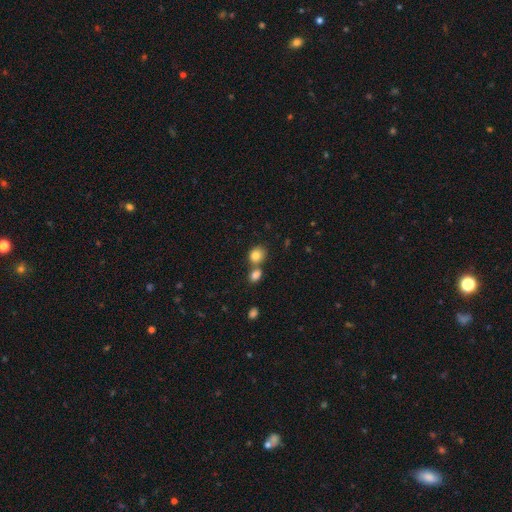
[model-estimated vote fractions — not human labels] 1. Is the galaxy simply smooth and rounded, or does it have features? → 83% smooth, 9% star or artifact, 7% featured or disk.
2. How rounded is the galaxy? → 68% round, 31% in between, 1% cigar-shaped.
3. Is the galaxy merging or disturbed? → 47% none, 41% merger, 9% minor disturbance, 3% major disturbance.